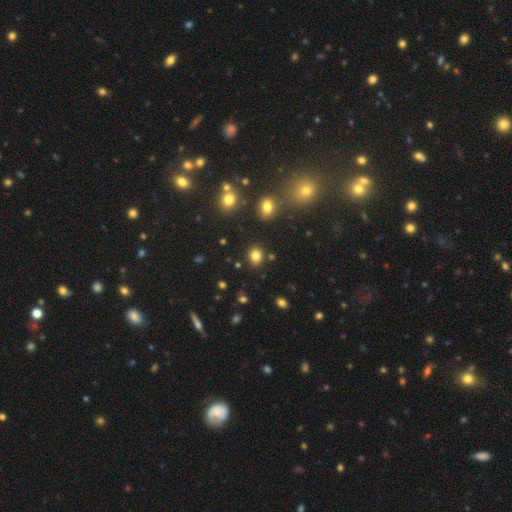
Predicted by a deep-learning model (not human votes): Smooth or featured? smooth (82%)
How rounded? round (69%)
Merging? none (86%)